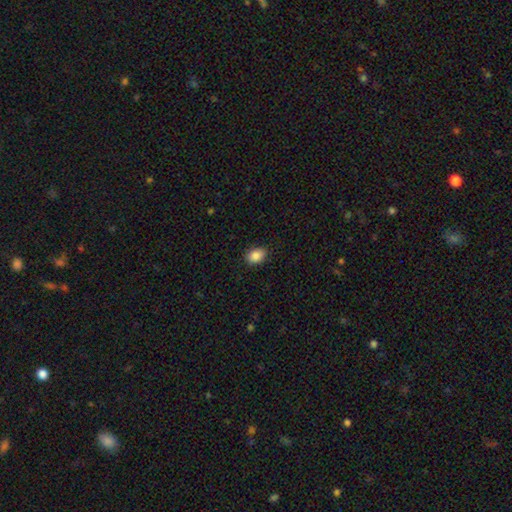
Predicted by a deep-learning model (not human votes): This is clearly a smooth galaxy (87%). How rounded: likely in between (76%). Merging: clearly none (86%).